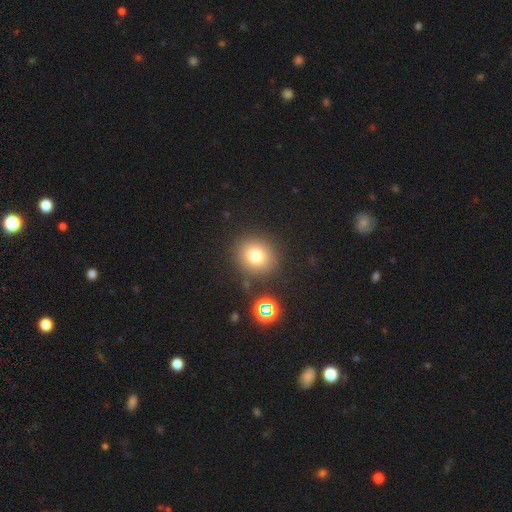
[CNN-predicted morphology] Smooth or featured: smooth — 76% (star or artifact — 15%)
How rounded: round — 85% (in between — 14%)
Merging: none — 84% (minor disturbance — 9%)